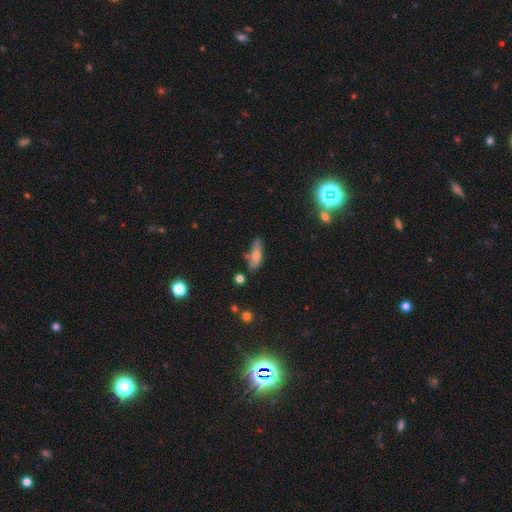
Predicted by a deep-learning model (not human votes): Smooth or featured? smooth (70%)
How rounded? in between (64%)
Merging? none (53%)